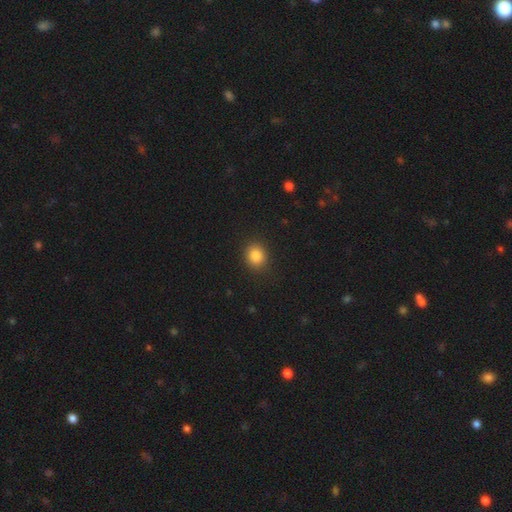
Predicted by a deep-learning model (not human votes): A smooth galaxy with no disk features (85%) that is round (72%). Merging: none (88%).